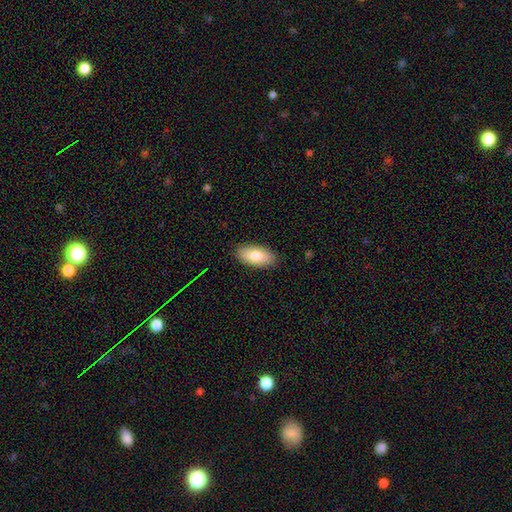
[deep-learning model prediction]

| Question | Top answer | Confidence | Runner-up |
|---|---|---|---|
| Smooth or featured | smooth | 80% | featured or disk (14%) |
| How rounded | in between | 92% | cigar-shaped (5%) |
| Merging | none | 88% | minor disturbance (9%) |